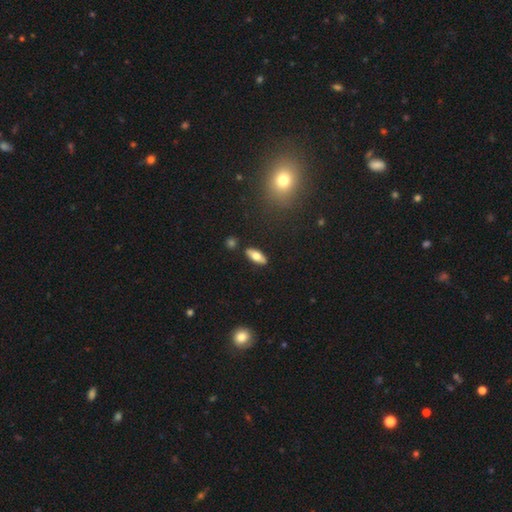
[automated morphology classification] smooth-or-featured: smooth: 61% | featured or disk: 32% | star or artifact: 7%
  how-rounded: in between: 72% | cigar-shaped: 24% | round: 3%
  merging: none: 87% | minor disturbance: 8% | merger: 2% | major disturbance: 2%